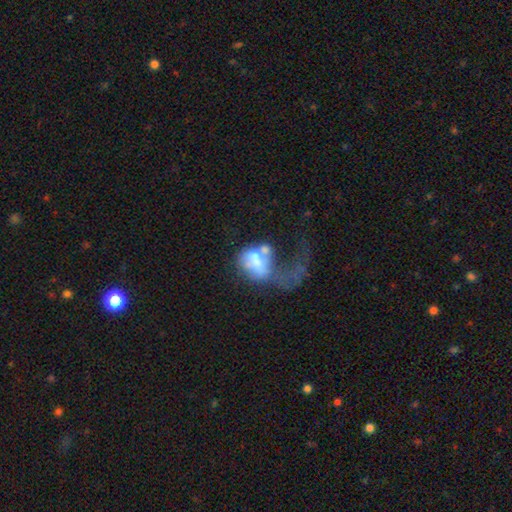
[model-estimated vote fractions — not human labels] Smooth or featured: featured or disk — 45% (smooth — 43%)
Merging: major disturbance — 48% (merger — 36%)